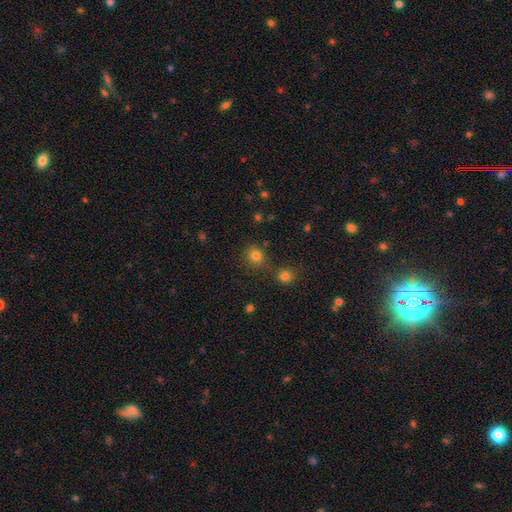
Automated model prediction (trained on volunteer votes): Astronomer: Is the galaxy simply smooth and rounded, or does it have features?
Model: smooth — 80%.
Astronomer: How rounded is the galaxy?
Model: round — 83%.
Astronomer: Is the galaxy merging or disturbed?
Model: none — 75%.